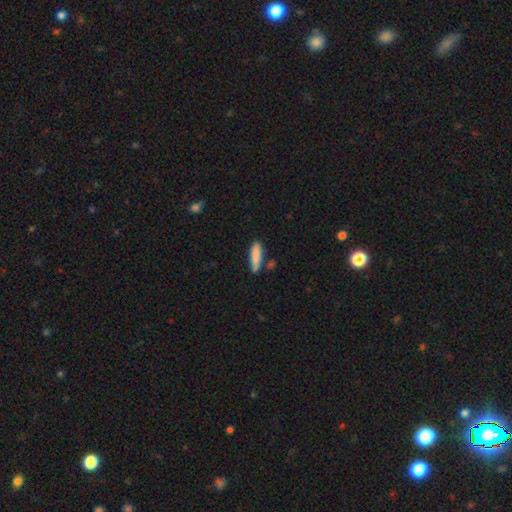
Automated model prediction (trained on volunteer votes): Overall: smooth (85%). How rounded: cigar-shaped (65%; in between 33%). Merging: none (72%).